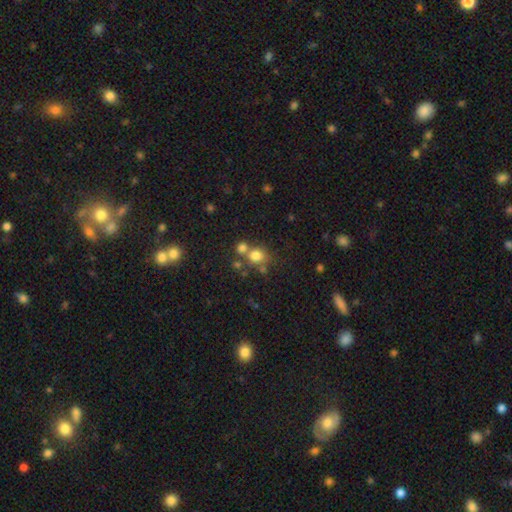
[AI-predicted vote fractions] Smooth or featured? smooth (76%)
How rounded? round (74%)
Merging? none (51%)